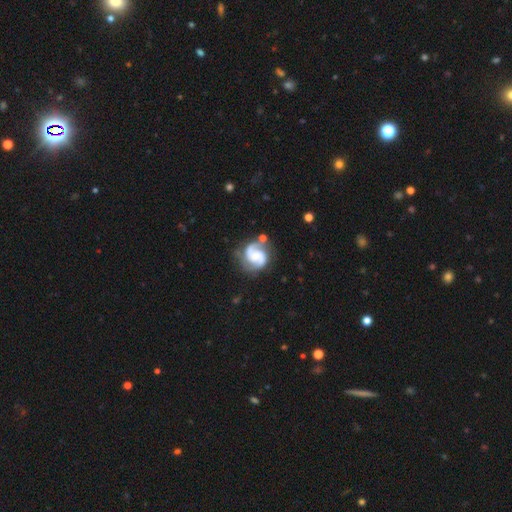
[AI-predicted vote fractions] The model was most divided on "bulge size": small: 35%, none: 31%, moderate: 24%, large: 8%, dominant: 2%. Remaining: edge-on disk — no (98%); spiral arms — yes (97%); spiral arm count — 2 (88%); smooth or featured — featured or disk (85%); merging — none (67%); spiral winding — medium (51%); bar — no (48%).